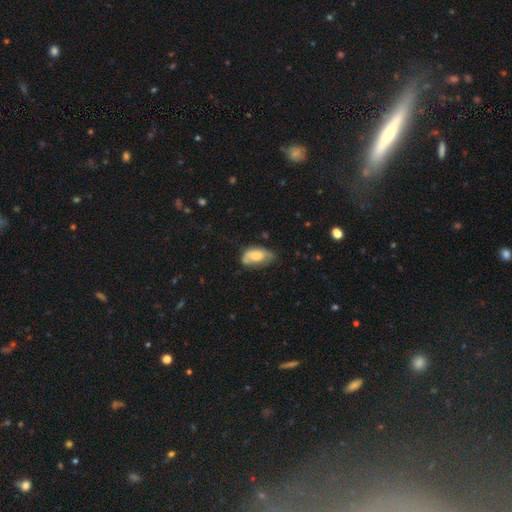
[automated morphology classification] A smooth galaxy with no disk features (65%) that is in between round and cigar-shaped (92%).

Vote fractions:
- Smooth or featured? smooth: 65% / featured or disk: 28% / star or artifact: 7%
- How rounded? in between: 92% / round: 5% / cigar-shaped: 3%
- Merging? none: 43% / minor disturbance: 40% / major disturbance: 13% / merger: 4%